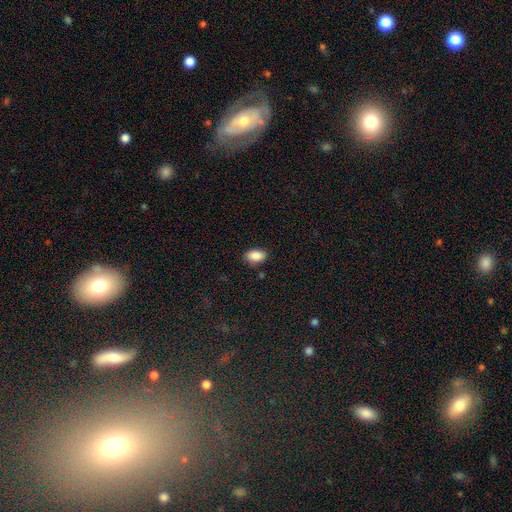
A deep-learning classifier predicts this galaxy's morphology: This appears to be a smooth galaxy with no disk features (89%) that is in between round and cigar-shaped (90%). Merging: none (85%).